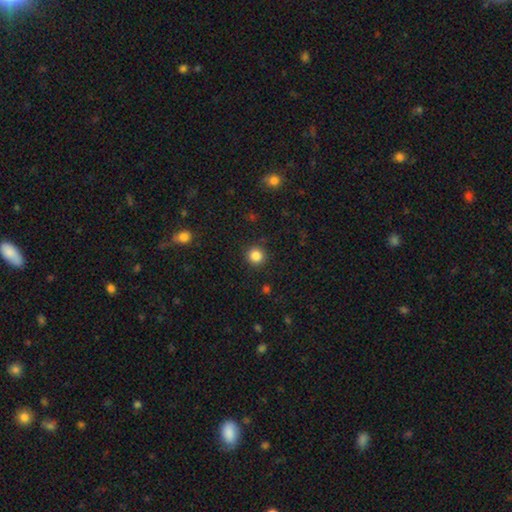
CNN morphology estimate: Q: Smooth or featured?
A: smooth (85%); runner-up: star or artifact (12%)
Q: How rounded?
A: round (94%); runner-up: in between (5%)
Q: Merging?
A: none (91%); runner-up: minor disturbance (6%)